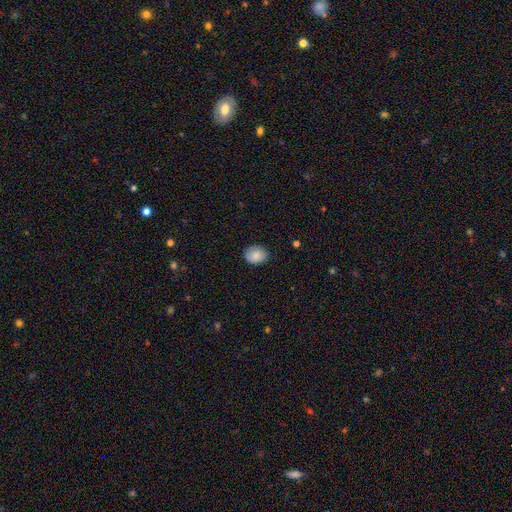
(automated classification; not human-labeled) smooth-or-featured: smooth: 84% | featured or disk: 8% | star or artifact: 7%
  how-rounded: in between: 51% | round: 48% | cigar-shaped: 1%
  merging: none: 84% | minor disturbance: 13% | major disturbance: 2% | merger: 1%